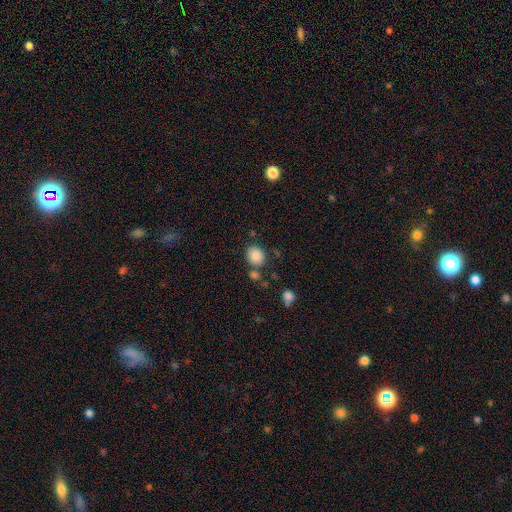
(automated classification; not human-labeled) This appears to be a smooth galaxy with no disk features (85%) that is round (61%). Merging: none (73%).